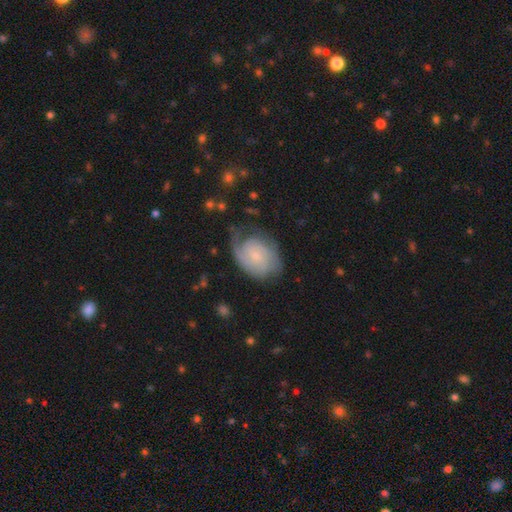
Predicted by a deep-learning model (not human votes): A featured or disk galaxy (70%) with no bar (69%), 2 (35%) tight (49%) spiral arms (92%) and a small central bulge (74%).

Vote fractions:
- Smooth or featured? featured or disk: 70% / smooth: 24% / star or artifact: 7%
- Edge-on disk? no: 97% / yes: 3%
- Bar? no: 69% / weak: 27% / strong: 4%
- Spiral arms? yes: 92% / no: 8%
- Spiral winding? tight: 49% / medium: 35% / loose: 16%
- Spiral arm count? 2: 35% / can't tell: 25% / 1: 24% / 3: 9% / 4: 3% / more than 4: 3%
- Bulge size? small: 74% / moderate: 18% / none: 5% / large: 2% / dominant: 1%
- Merging? none: 55% / minor disturbance: 25% / major disturbance: 18% / merger: 2%